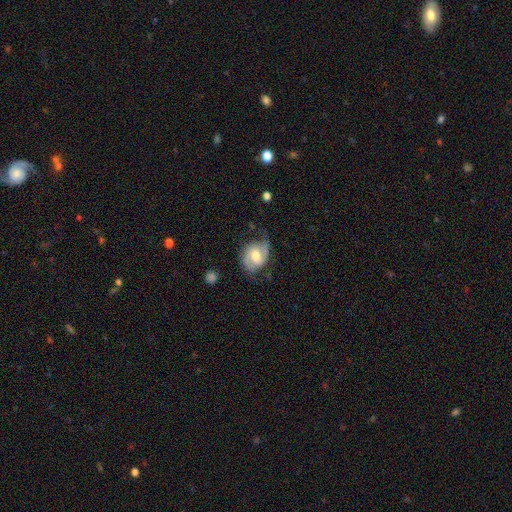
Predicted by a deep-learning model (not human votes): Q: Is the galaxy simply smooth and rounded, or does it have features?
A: featured or disk — 77%.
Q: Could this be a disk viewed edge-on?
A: no — 97%.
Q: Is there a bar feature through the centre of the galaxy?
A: weak — 47%.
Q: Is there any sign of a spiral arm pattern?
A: yes — 94%.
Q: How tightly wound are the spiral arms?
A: medium — 48%.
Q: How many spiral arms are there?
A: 2 — 87%.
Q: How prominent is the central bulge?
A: moderate — 65%.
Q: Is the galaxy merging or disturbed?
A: none — 64%.